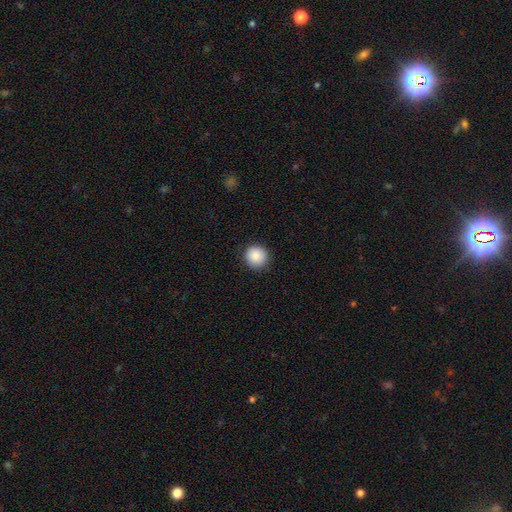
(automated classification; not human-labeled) This appears to be a smooth galaxy with no disk features (87%) that is round (93%). Merging: none (90%).